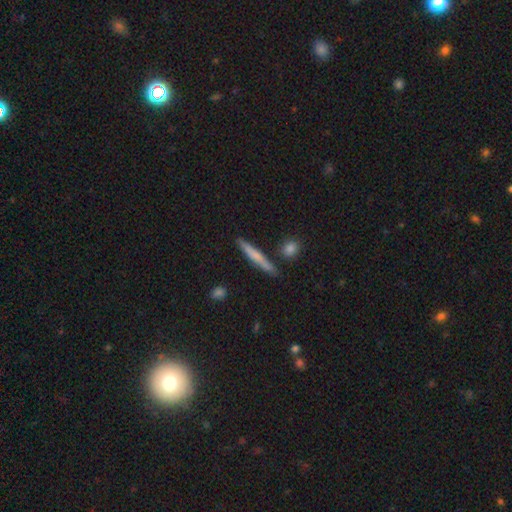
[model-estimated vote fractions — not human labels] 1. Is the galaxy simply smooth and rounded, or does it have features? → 62% smooth, 33% featured or disk, 6% star or artifact.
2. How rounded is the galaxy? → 94% cigar-shaped, 4% in between, 2% round.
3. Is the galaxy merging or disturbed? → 85% none, 9% minor disturbance, 4% merger, 2% major disturbance.